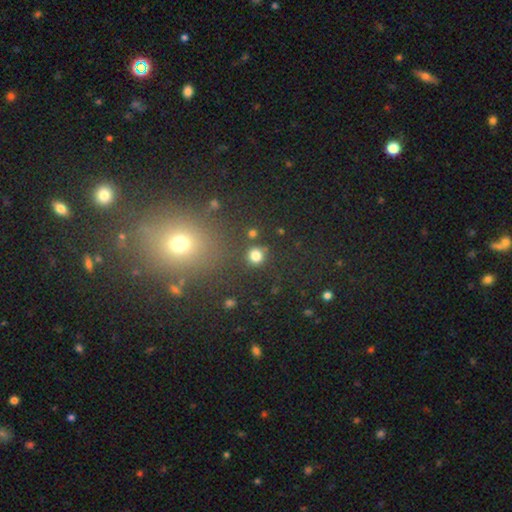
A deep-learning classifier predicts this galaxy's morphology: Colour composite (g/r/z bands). It shows a smooth galaxy with no disk features (81%) that is round (91%). Merging: none (85%).